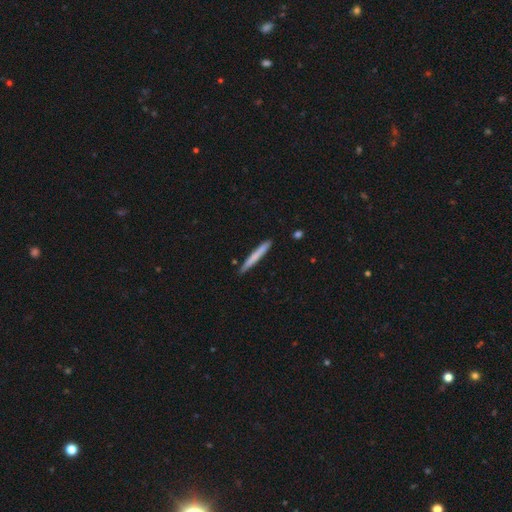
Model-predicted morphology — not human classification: Smooth or featured? smooth (70%)
How rounded? cigar-shaped (97%)
Merging? none (89%)